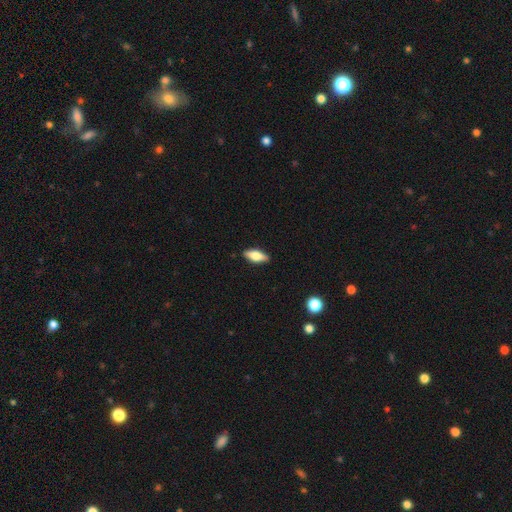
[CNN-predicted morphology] smooth_or_featured: smooth (p=0.62) [alt: featured or disk p=0.31]
how_rounded: in between (p=0.72) [alt: cigar-shaped p=0.25]
merging: none (p=0.88) [alt: minor disturbance p=0.09]